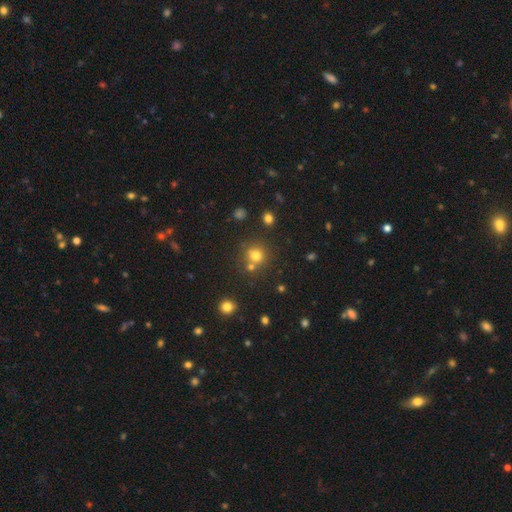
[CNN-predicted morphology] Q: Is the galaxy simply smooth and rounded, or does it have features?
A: smooth — 74%.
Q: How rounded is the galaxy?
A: round — 88%.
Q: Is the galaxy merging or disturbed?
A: none — 66%.